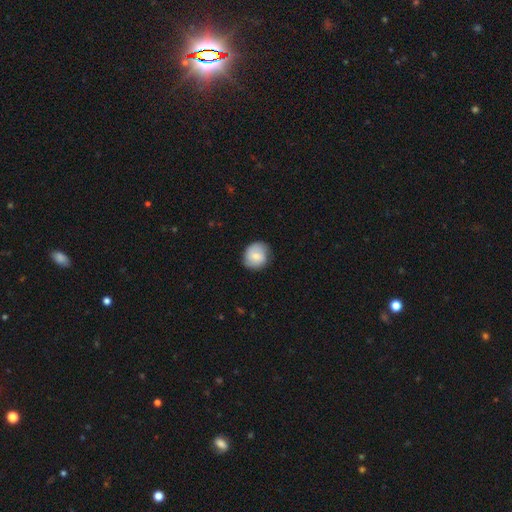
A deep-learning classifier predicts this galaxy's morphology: The model was most divided on "smooth or featured": smooth: 73%, featured or disk: 20%, star or artifact: 7%. More confident: how rounded — round (80%); merging — none (79%).